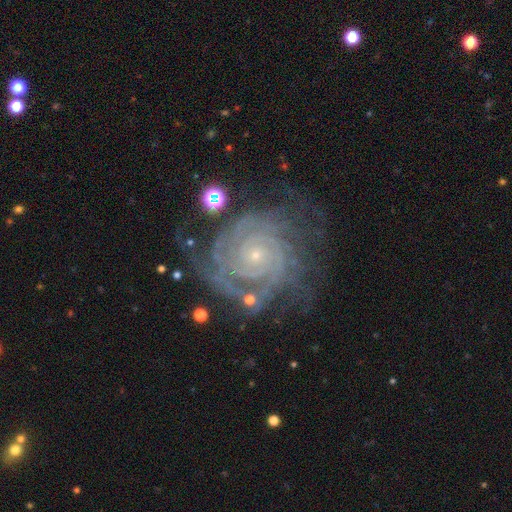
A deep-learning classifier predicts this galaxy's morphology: smooth_or_featured: featured or disk (p=0.89) [alt: star or artifact p=0.07]
disk_edge_on: no (p=0.98) [alt: yes p=0.02]
bar: no (p=0.79) [alt: weak p=0.15]
has_spiral_arms: yes (p=0.98) [alt: no p=0.02]
spiral_winding: tight (p=0.83) [alt: medium p=0.14]
spiral_arm_count: 4 (p=0.21) [tied with: 2 p=0.21, can't tell p=0.21]
bulge_size: small (p=0.85) [alt: moderate p=0.10]
merging: none (p=0.69) [alt: minor disturbance p=0.19]